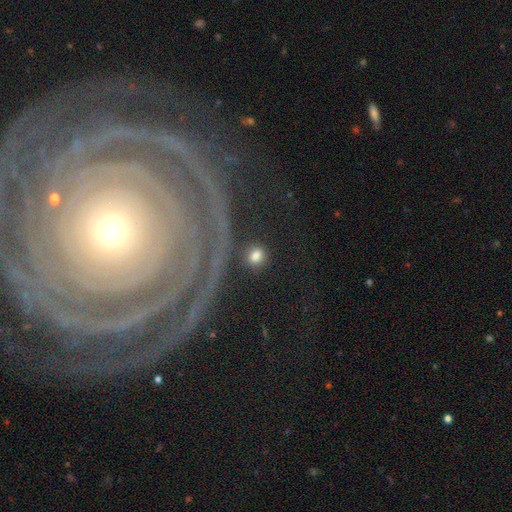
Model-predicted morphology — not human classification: Smooth or featured: smooth — 80% (star or artifact — 11%)
How rounded: round — 86% (in between — 12%)
Merging: none — 84% (minor disturbance — 8%)